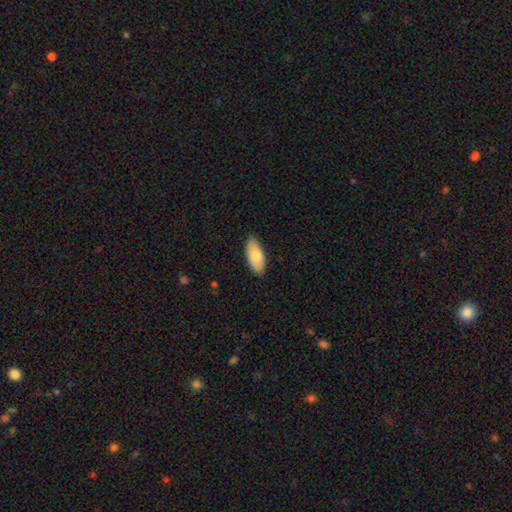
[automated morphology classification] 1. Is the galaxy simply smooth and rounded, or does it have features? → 76% smooth, 18% featured or disk, 6% star or artifact.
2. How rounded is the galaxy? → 90% in between, 8% cigar-shaped, 2% round.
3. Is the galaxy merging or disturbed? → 86% none, 11% minor disturbance, 2% major disturbance, 1% merger.